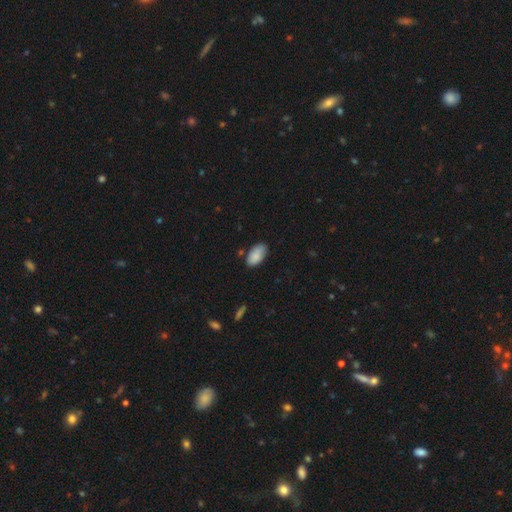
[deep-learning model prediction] smooth-or-featured: smooth: 86% | featured or disk: 8% | star or artifact: 7%
  how-rounded: in between: 94% | round: 3% | cigar-shaped: 2%
  merging: none: 73% | minor disturbance: 21% | major disturbance: 3% | merger: 3%